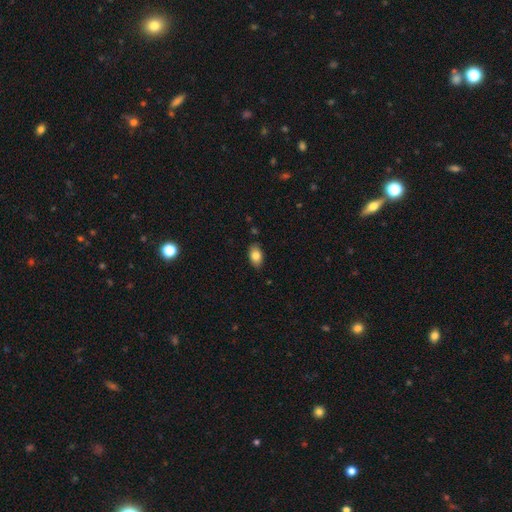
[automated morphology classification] A smooth galaxy with no disk features (83%) that is in between round and cigar-shaped (89%). Merging: none (84%).